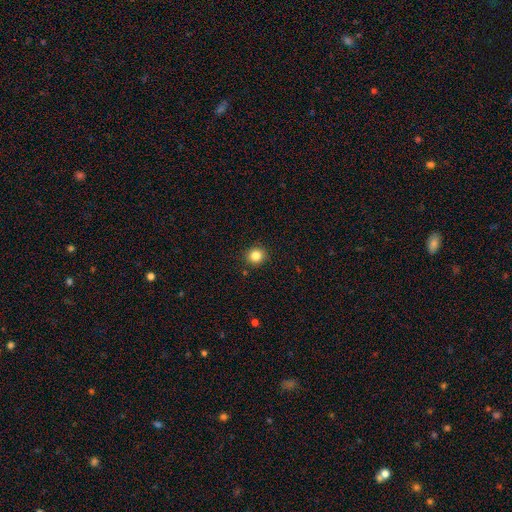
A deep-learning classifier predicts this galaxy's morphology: Smooth or featured? Predicted: smooth (p=0.84). How rounded? Predicted: round (p=0.89). Merging? Predicted: none (p=0.91).